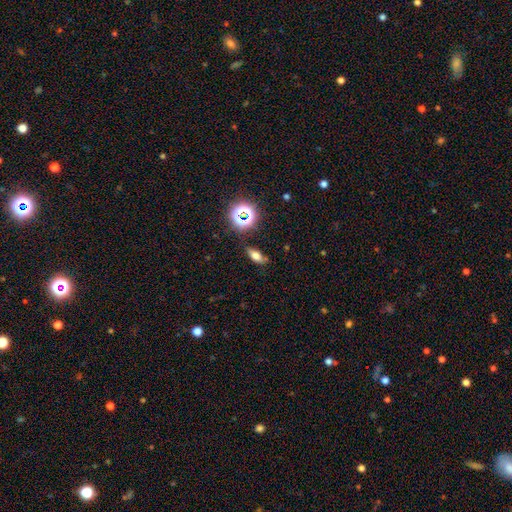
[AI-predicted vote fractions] Smooth or featured?
  - smooth: 63% *
  - star or artifact: 19%
  - featured or disk: 18%
How rounded?
  - in between: 70% *
  - cigar-shaped: 21%
  - round: 9%
Merging?
  - none: 80% *
  - minor disturbance: 13%
  - major disturbance: 4%
  - merger: 2%